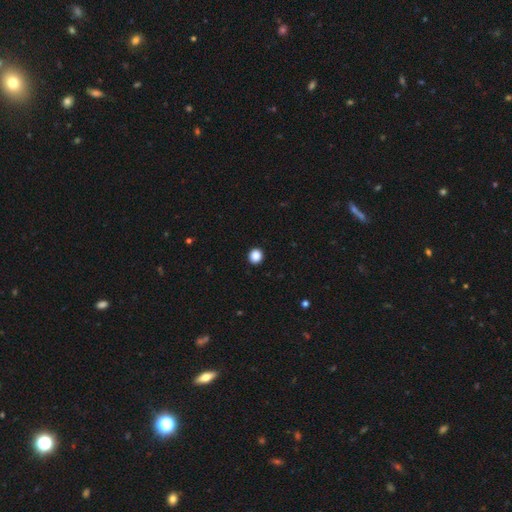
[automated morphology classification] type=smooth (87%); roundness=round (92%); merging=none (94%).